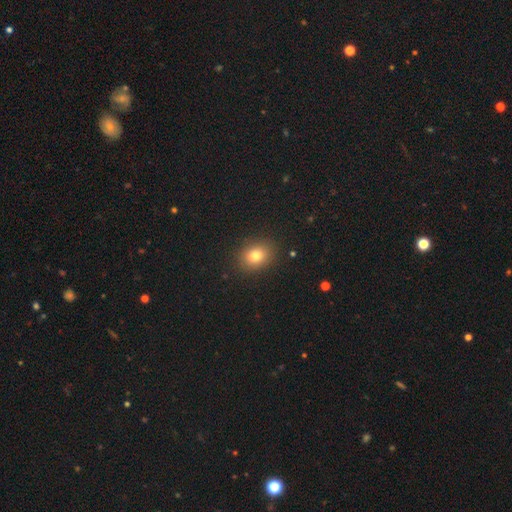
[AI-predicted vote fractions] smooth 78%, star or artifact 13%, featured or disk 9%. Down the decision tree: how rounded — round (52%); merging — none (89%).